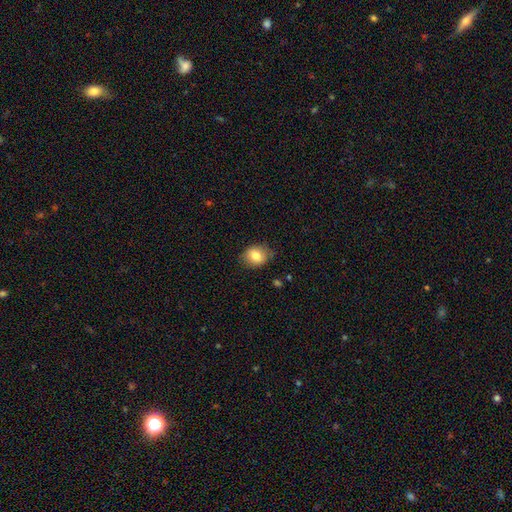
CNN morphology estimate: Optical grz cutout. It shows a smooth galaxy with no disk features (79%) that is round (60%). Merging: none (78%).